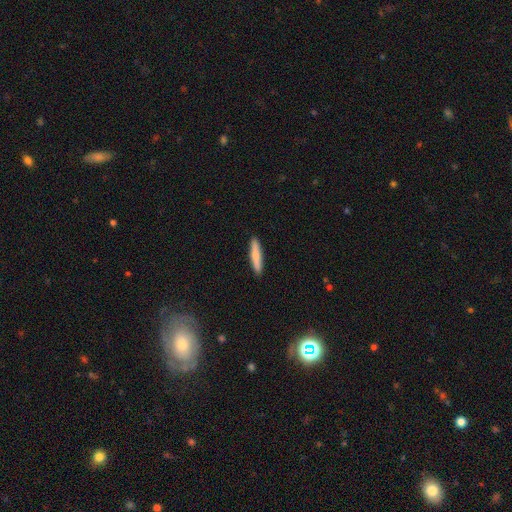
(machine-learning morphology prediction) Smooth or featured? Predicted: smooth (p=0.74). How rounded? Predicted: cigar-shaped (p=0.88). Merging? Predicted: none (p=0.91).